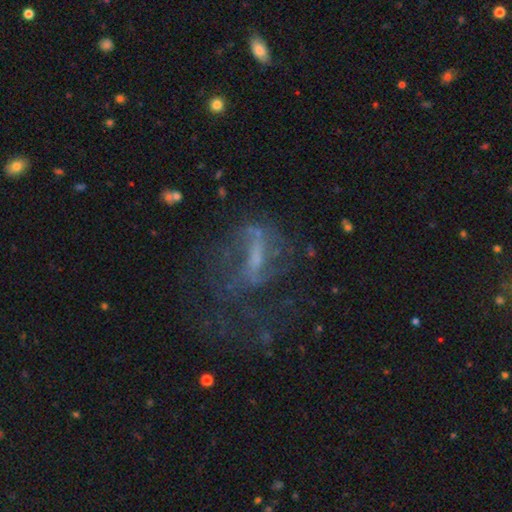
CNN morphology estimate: Smooth or featured? Predicted: featured or disk (p=0.64). Edge-on disk? Predicted: no (p=0.86). Bar? Predicted: weak (p=0.35). Spiral arms? Predicted: yes (p=0.52). Bulge size? Predicted: small (p=0.44). Merging? Predicted: major disturbance (p=0.40).